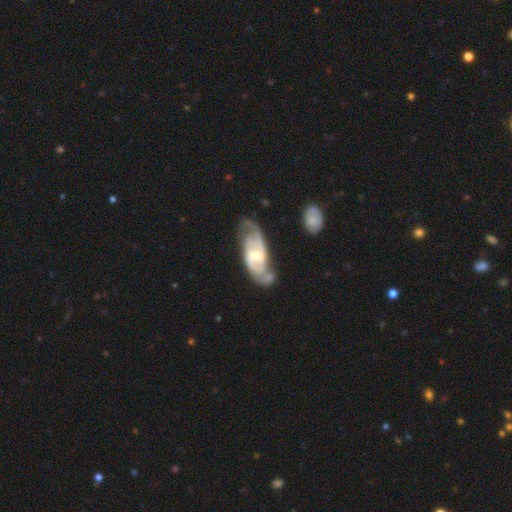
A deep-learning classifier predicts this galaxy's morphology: type=featured or disk (83%); edge-on=no (93%); bar=weak (54%); spiral arms=yes (93%); winding=medium (49%); arm count=2 (78%); bulge=small (50%); merging=none (57%).